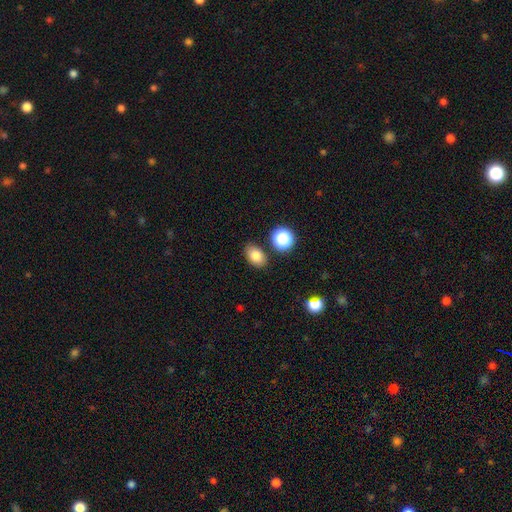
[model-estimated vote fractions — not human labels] smooth 81%, star or artifact 11%, featured or disk 8%. Down the decision tree: how rounded — in between (81%); merging — none (82%).